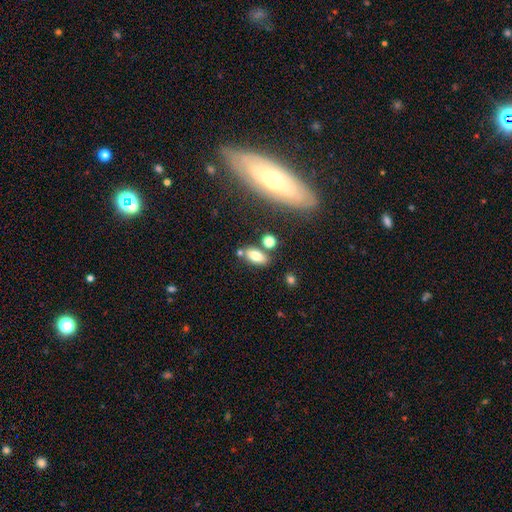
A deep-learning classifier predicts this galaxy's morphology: Q: Smooth or featured?
A: smooth (76%); runner-up: featured or disk (14%)
Q: How rounded?
A: in between (85%); runner-up: cigar-shaped (9%)
Q: Merging?
A: none (71%); runner-up: minor disturbance (13%)